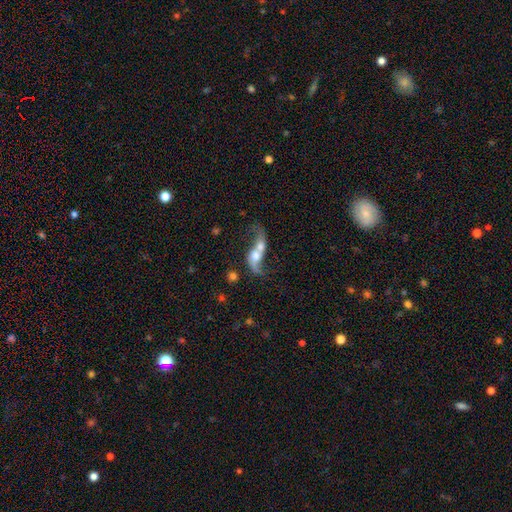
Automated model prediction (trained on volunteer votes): Smooth or featured: featured or disk — 60% (smooth — 31%)
Edge-on disk: no — 92% (yes — 8%)
Bar: no — 70% (weak — 24%)
Spiral arms: yes — 71% (no — 29%)
Bulge size: moderate — 45% (large — 25%)
Merging: merger — 73% (none — 12%)